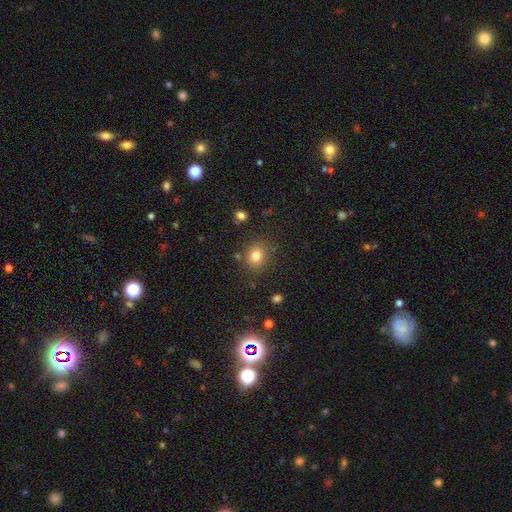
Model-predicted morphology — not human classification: smooth_or_featured: smooth (p=0.79) [alt: star or artifact p=0.13]
how_rounded: round (p=0.71) [alt: in between p=0.28]
merging: none (p=0.81) [alt: minor disturbance p=0.11]